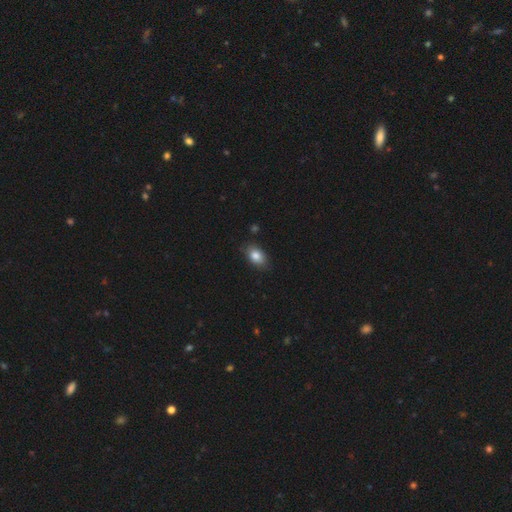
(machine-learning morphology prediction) A smooth galaxy with no disk features (83%) that is in between round and cigar-shaped (85%).

Vote fractions:
- Smooth or featured? smooth: 83% / featured or disk: 9% / star or artifact: 8%
- How rounded? in between: 85% / round: 13% / cigar-shaped: 2%
- Merging? none: 79% / minor disturbance: 17% / major disturbance: 3% / merger: 2%